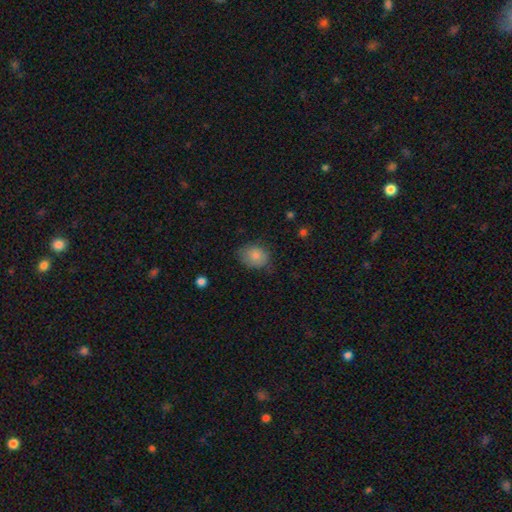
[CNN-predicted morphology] type=smooth (83%); roundness=in between (53%); merging=none (66%).